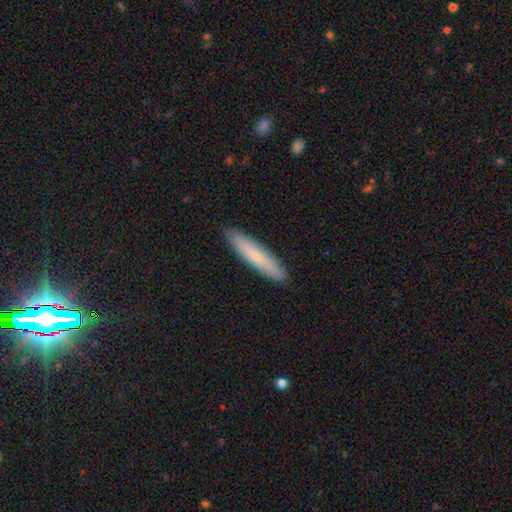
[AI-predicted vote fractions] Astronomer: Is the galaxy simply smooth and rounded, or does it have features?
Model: smooth — 69%.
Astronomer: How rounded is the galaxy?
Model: cigar-shaped — 89%.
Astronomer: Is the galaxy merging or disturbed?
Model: none — 90%.